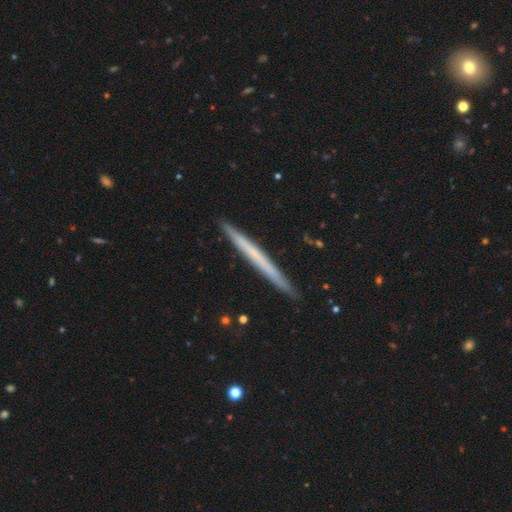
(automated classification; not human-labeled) smooth-or-featured: featured or disk: 50% | smooth: 45% | star or artifact: 6%
  merging: none: 91% | minor disturbance: 7% | major disturbance: 1% | merger: 1%